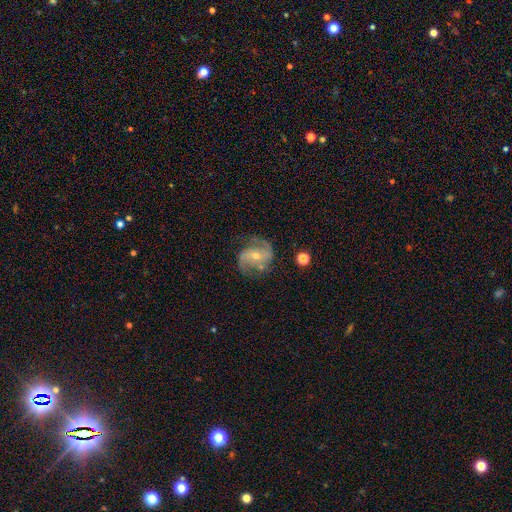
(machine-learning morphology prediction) Q: Smooth or featured?
A: featured or disk (84%); runner-up: smooth (9%)
Q: Edge-on disk?
A: no (98%); runner-up: yes (2%)
Q: Bar?
A: weak (42%); runner-up: no (35%)
Q: Spiral arms?
A: yes (95%); runner-up: no (5%)
Q: Spiral winding?
A: medium (50%); runner-up: loose (33%)
Q: Spiral arm count?
A: 2 (86%); runner-up: can't tell (5%)
Q: Bulge size?
A: small (53%); runner-up: moderate (43%)
Q: Merging?
A: none (69%); runner-up: minor disturbance (19%)